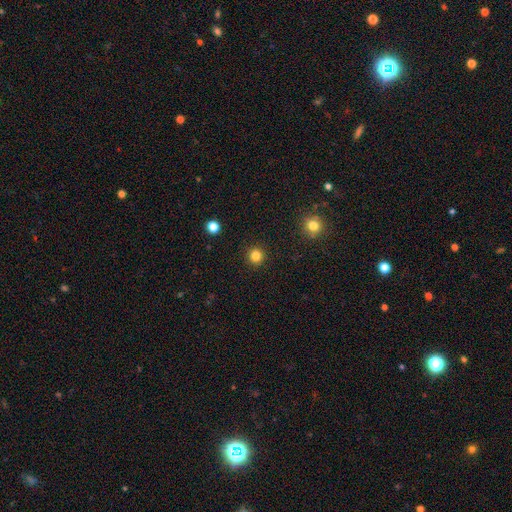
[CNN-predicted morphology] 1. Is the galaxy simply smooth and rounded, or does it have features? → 83% smooth, 13% star or artifact, 4% featured or disk.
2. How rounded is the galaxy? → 95% round, 4% in between, 1% cigar-shaped.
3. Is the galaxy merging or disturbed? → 92% none, 5% minor disturbance, 2% major disturbance, 1% merger.